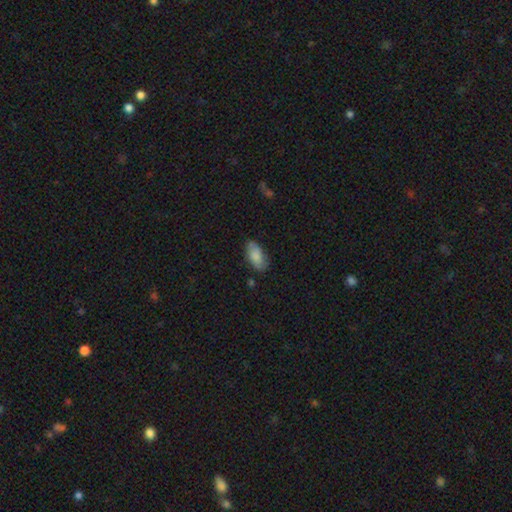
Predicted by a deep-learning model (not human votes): This is likely a smooth galaxy (75%). How rounded: clearly in between (93%). Merging: likely none (71%).